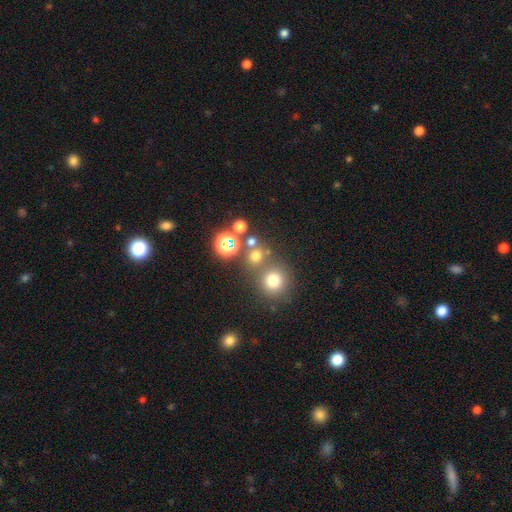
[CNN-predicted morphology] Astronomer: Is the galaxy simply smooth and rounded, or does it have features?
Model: smooth — 64%.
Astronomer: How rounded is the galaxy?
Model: round — 87%.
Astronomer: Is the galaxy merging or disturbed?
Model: none — 64%.